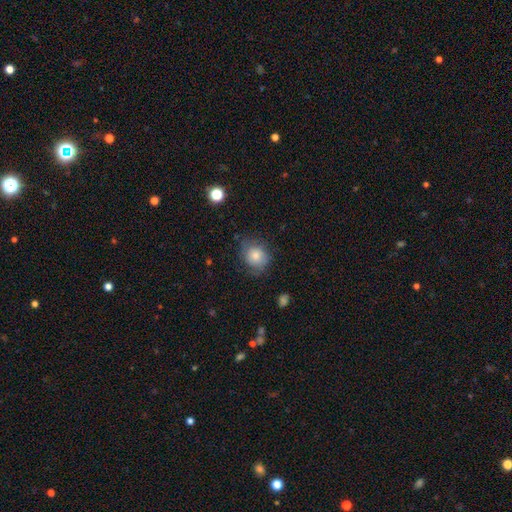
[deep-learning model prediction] This appears to be a smooth galaxy with no disk features (75%) that is round (70%). Merging: none (62%).